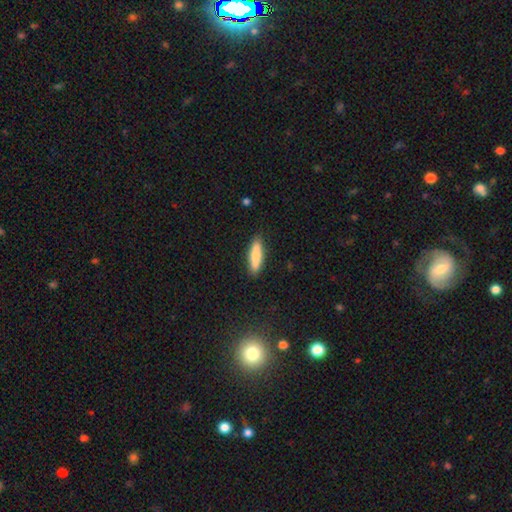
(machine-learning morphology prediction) Smooth or featured?
  - smooth: 80% *
  - featured or disk: 14%
  - star or artifact: 6%
How rounded?
  - cigar-shaped: 70% *
  - in between: 28%
  - round: 2%
Merging?
  - none: 87% *
  - minor disturbance: 10%
  - major disturbance: 2%
  - merger: 1%